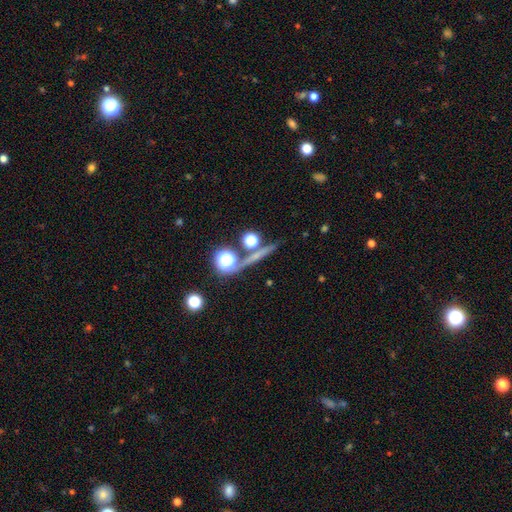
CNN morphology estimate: This is marginally a featured or disk galaxy (36%). Merging: likely none (76%).